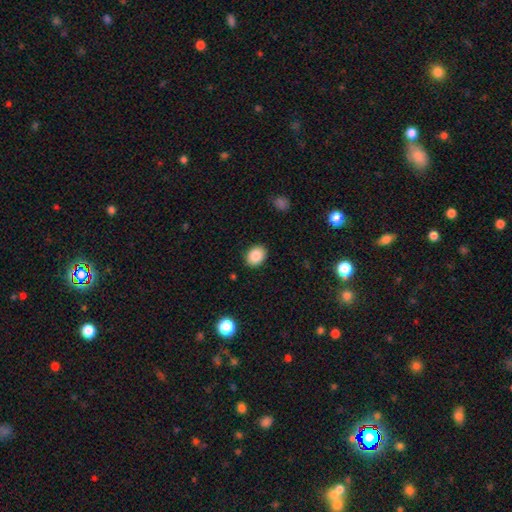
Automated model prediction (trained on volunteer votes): smooth-or-featured: smooth: 87% | star or artifact: 8% | featured or disk: 5%
  how-rounded: in between: 60% | round: 39% | cigar-shaped: 1%
  merging: none: 89% | minor disturbance: 8% | major disturbance: 2% | merger: 1%